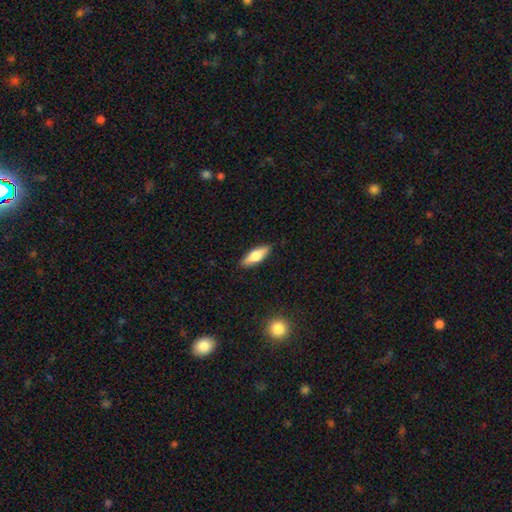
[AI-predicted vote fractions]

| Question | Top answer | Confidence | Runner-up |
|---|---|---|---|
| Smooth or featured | smooth | 67% | featured or disk (27%) |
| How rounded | in between | 56% | cigar-shaped (41%) |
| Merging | none | 89% | minor disturbance (8%) |